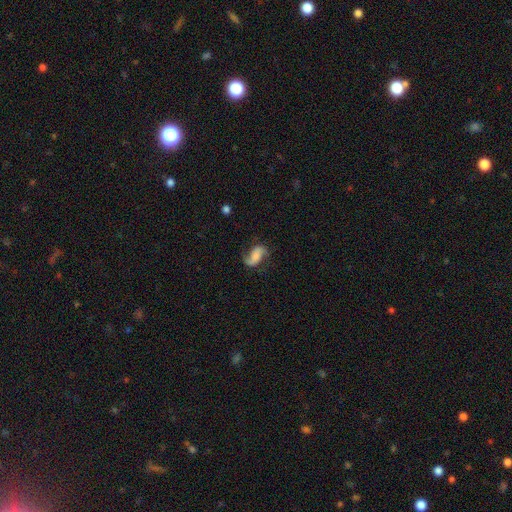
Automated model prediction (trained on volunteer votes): featured or disk 70%, smooth 22%, star or artifact 8%. Down the decision tree: edge-on disk — no (97%); bar — no (50%); spiral arms — yes (94%); spiral arm count — 2 (84%); spiral winding — loose (58%); bulge size — small (33%); merging — none (65%).